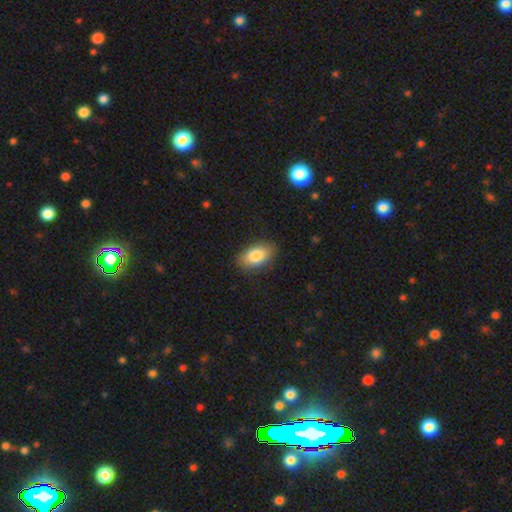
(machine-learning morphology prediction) smooth 84%, featured or disk 9%, star or artifact 7%. Down the decision tree: how rounded — in between (92%); merging — none (86%).